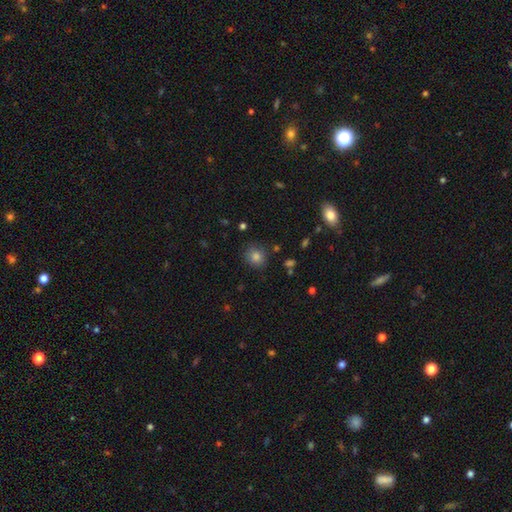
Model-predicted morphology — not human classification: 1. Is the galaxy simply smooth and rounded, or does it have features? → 81% smooth, 12% star or artifact, 6% featured or disk.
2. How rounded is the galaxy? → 82% round, 17% in between, 1% cigar-shaped.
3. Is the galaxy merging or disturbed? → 85% none, 10% minor disturbance, 3% major disturbance, 2% merger.